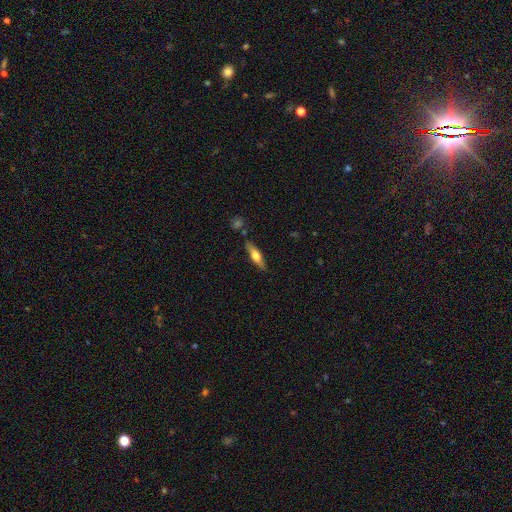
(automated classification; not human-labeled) smooth-or-featured: smooth: 53% | featured or disk: 41% | star or artifact: 6%
  how-rounded: cigar-shaped: 67% | in between: 31% | round: 2%
  merging: none: 83% | minor disturbance: 11% | merger: 3% | major disturbance: 2%